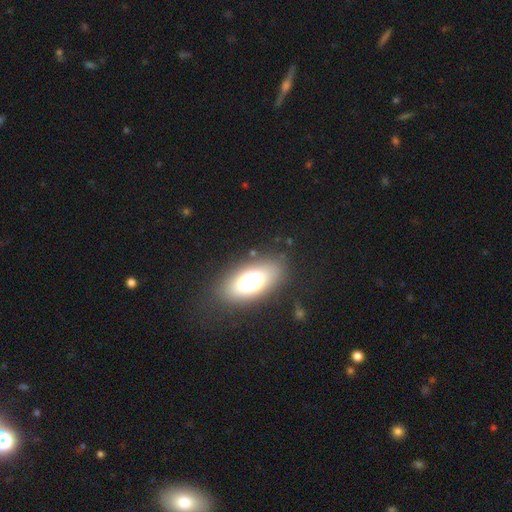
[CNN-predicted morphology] This appears to be a smooth galaxy with no disk features (64%) that is in between round and cigar-shaped (84%). Merging: none (85%).